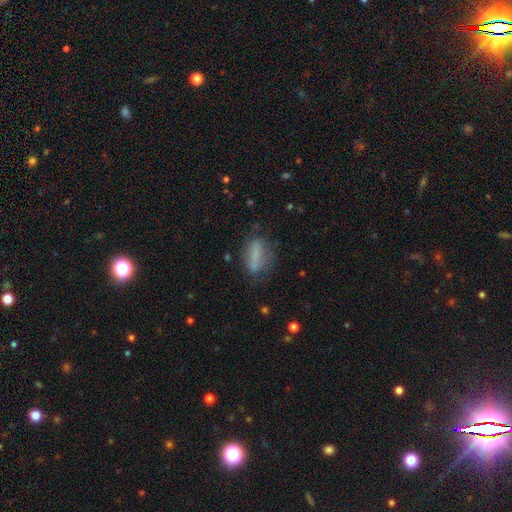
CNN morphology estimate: A smooth galaxy with no disk features (70%) that is in between round and cigar-shaped (63%). Merging: none (64%).